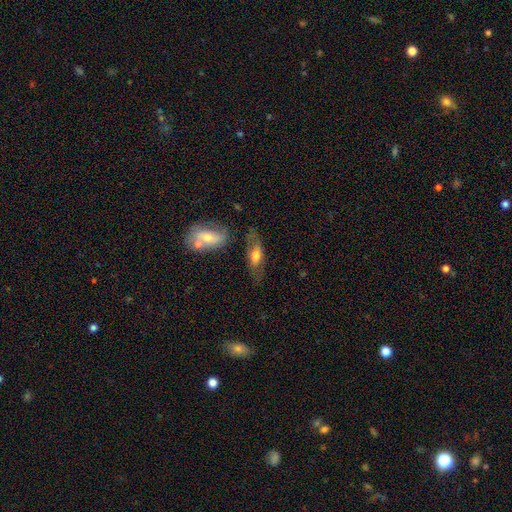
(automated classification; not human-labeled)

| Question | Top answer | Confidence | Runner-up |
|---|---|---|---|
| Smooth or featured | smooth | 53% | featured or disk (39%) |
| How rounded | in between | 65% | cigar-shaped (31%) |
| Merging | none | 63% | minor disturbance (19%) |